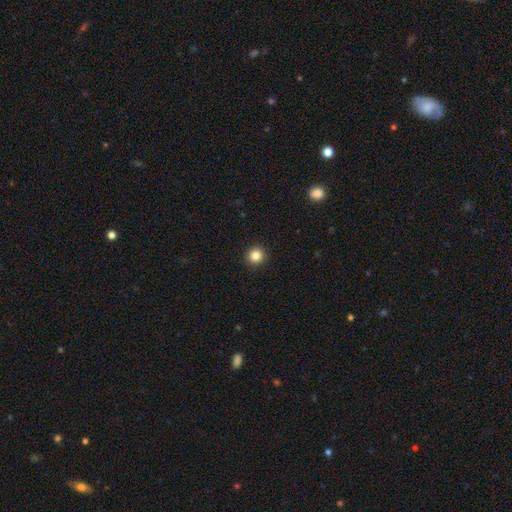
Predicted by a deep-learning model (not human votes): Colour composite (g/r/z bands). It shows a smooth galaxy with no disk features (84%) that is round (94%). Merging: none (93%).